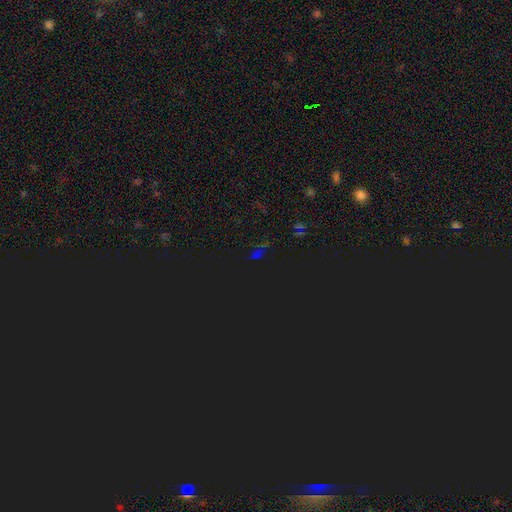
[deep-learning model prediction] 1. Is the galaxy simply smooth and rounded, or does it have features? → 77% star or artifact, 15% smooth, 8% featured or disk.